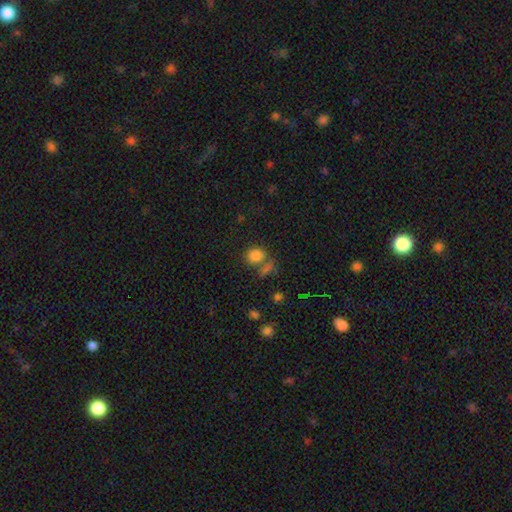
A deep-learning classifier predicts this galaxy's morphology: smooth-or-featured: smooth: 81% | star or artifact: 12% | featured or disk: 6%
  how-rounded: round: 56% | in between: 42% | cigar-shaped: 1%
  merging: none: 53% | merger: 28% | minor disturbance: 13% | major disturbance: 6%